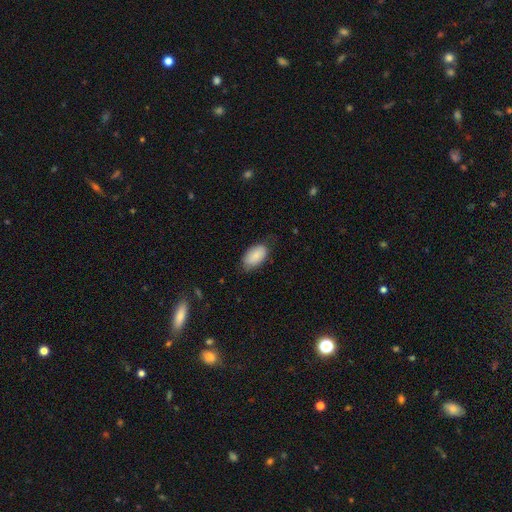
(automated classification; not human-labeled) smooth_or_featured: smooth (p=0.85) [alt: featured or disk p=0.09]
how_rounded: in between (p=0.94) [alt: round p=0.04]
merging: none (p=0.70) [alt: minor disturbance p=0.24]